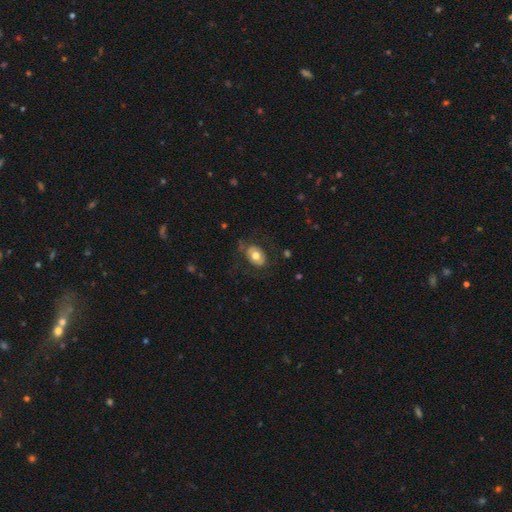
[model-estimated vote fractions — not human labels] Smooth or featured? smooth (60%)
How rounded? in between (74%)
Merging? none (68%)